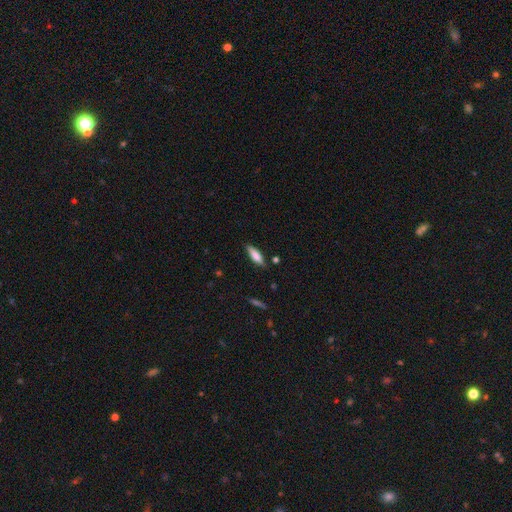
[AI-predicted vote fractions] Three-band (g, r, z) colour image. It shows a smooth galaxy with no disk features (76%) that is cigar-shaped (53%). Merging: none (82%).